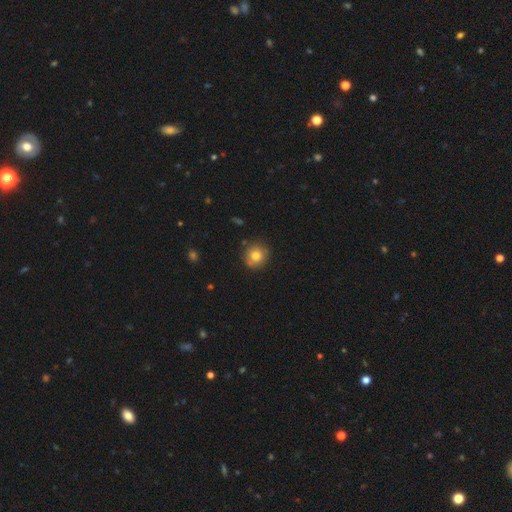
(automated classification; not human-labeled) Smooth or featured? smooth (78%)
How rounded? round (91%)
Merging? none (83%)